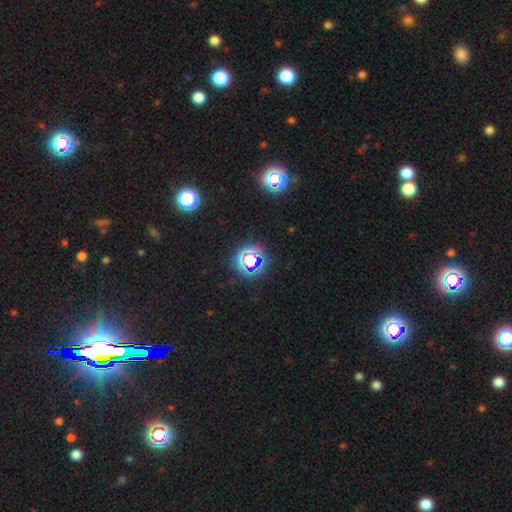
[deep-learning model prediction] star or artifact 74%, smooth 17%, featured or disk 9%.